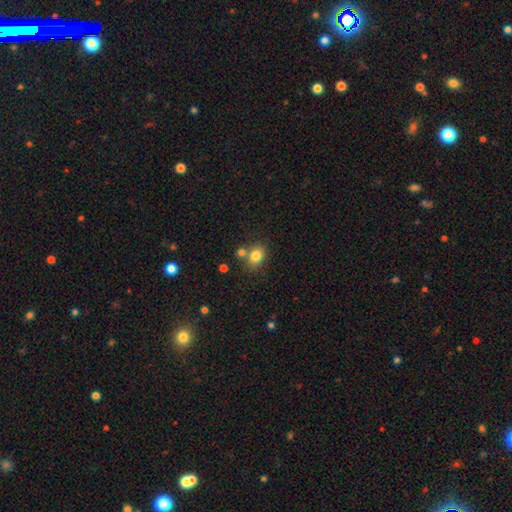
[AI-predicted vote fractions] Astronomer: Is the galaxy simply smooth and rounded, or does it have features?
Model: smooth — 82%.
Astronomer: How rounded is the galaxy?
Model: in between — 50% (runner-up: round, 49%).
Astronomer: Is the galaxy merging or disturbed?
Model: none — 63%.